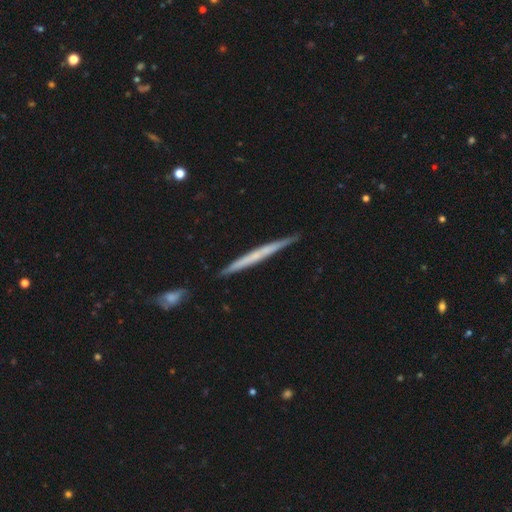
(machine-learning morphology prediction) A featured or disk galaxy (56%) viewed edge-on (97%) with no central bulge (79%).

Vote fractions:
- Smooth or featured? featured or disk: 56% / smooth: 37% / star or artifact: 6%
- Edge-on disk? yes: 97% / no: 3%
- Edge-on bulge? none: 79% / rounded: 16% / boxy: 5%
- Merging? none: 88% / minor disturbance: 9% / merger: 2% / major disturbance: 1%